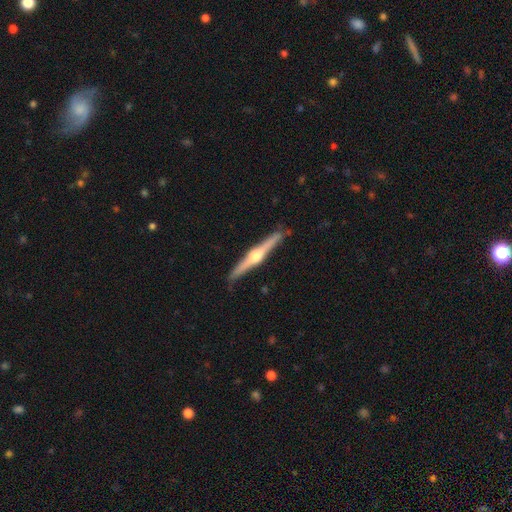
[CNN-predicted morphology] Q: Smooth or featured?
A: featured or disk (78%); runner-up: smooth (17%)
Q: Edge-on disk?
A: yes (98%); runner-up: no (2%)
Q: Edge-on bulge?
A: rounded (95%); runner-up: boxy (3%)
Q: Merging?
A: none (88%); runner-up: minor disturbance (9%)